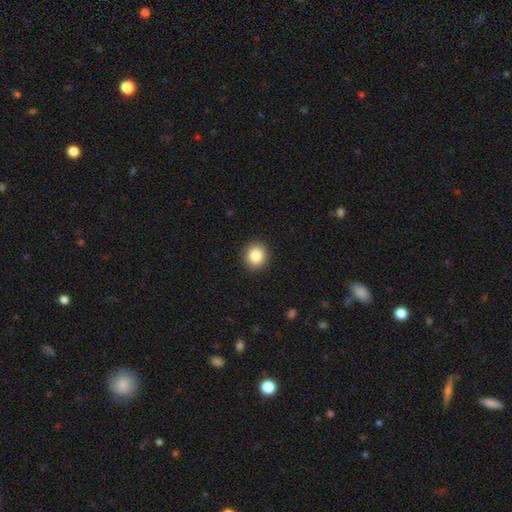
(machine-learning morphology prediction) The model was most divided on "how rounded": round: 84%, in between: 15%, cigar-shaped: 1%. More confident: merging — none (91%); smooth or featured — smooth (86%).